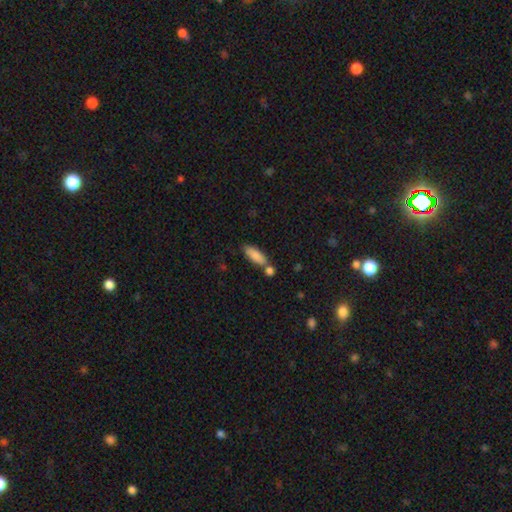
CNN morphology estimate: A smooth galaxy with no disk features (85%) that is in between round and cigar-shaped (64%). Merging: none (64%).